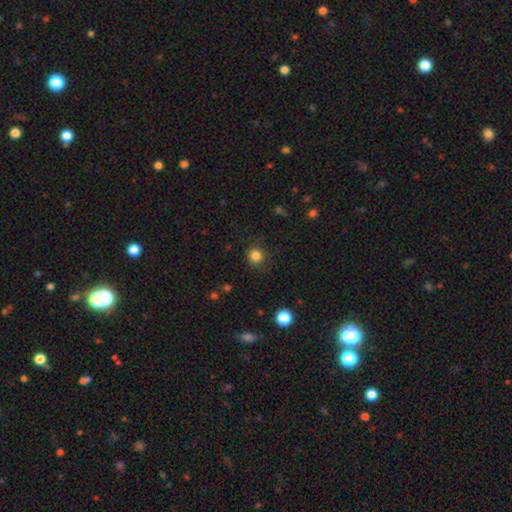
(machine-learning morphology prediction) This appears to be a smooth galaxy with no disk features (83%) that is round (91%). Merging: none (86%).